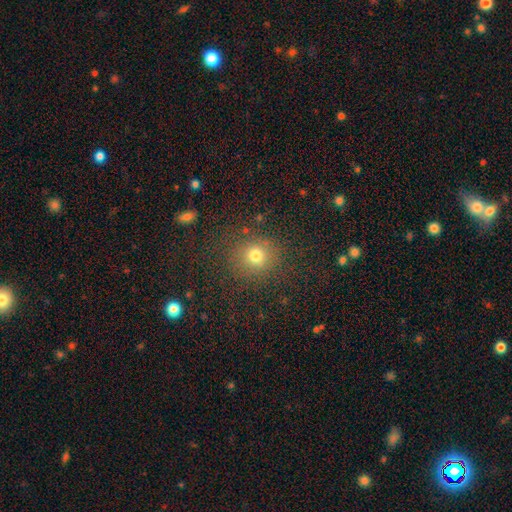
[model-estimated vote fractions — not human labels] Q: Smooth or featured?
A: smooth (75%); runner-up: star or artifact (18%)
Q: How rounded?
A: round (82%); runner-up: in between (17%)
Q: Merging?
A: none (84%); runner-up: minor disturbance (10%)